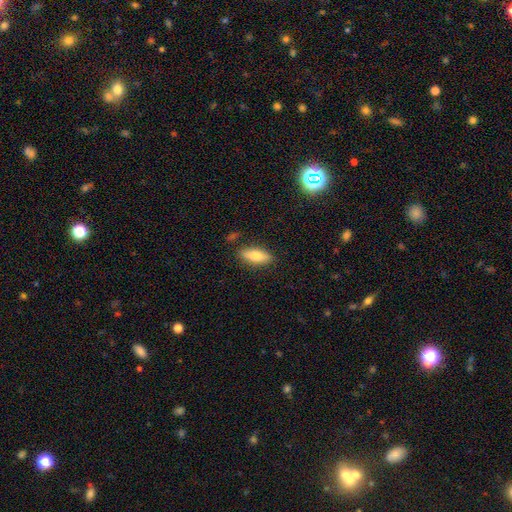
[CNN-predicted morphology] This appears to be a smooth galaxy with no disk features (73%) that is in between round and cigar-shaped (72%). Merging: none (84%).